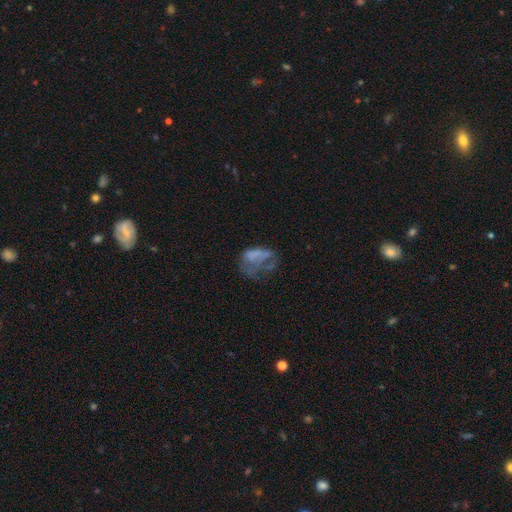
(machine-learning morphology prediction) A featured or disk galaxy (43%). Merging: major disturbance (50%).